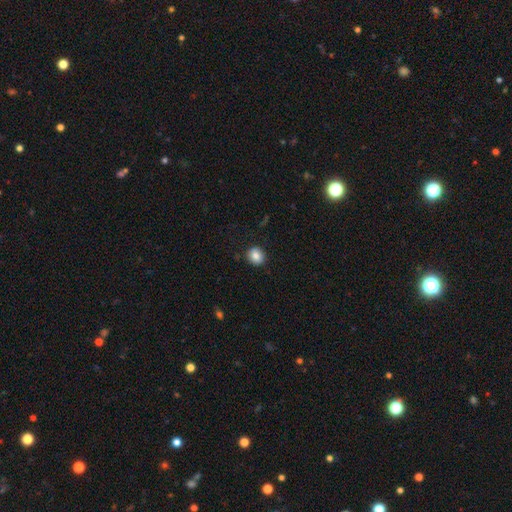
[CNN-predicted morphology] A smooth galaxy with no disk features (83%) that is round (82%). Merging: none (89%).